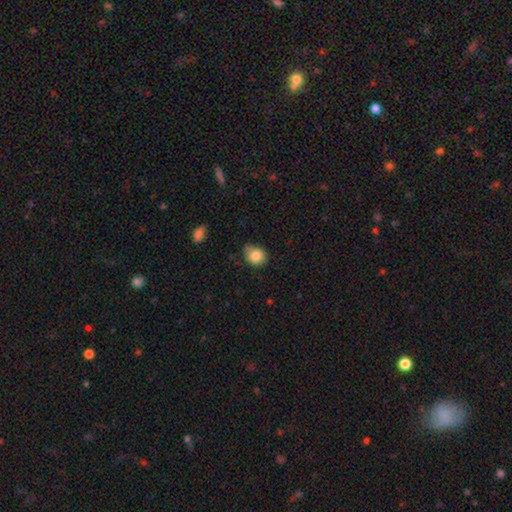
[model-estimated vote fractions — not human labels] smooth-or-featured: smooth: 84% | star or artifact: 9% | featured or disk: 7%
  how-rounded: round: 58% | in between: 42% | cigar-shaped: 1%
  merging: none: 63% | minor disturbance: 29% | major disturbance: 5% | merger: 2%